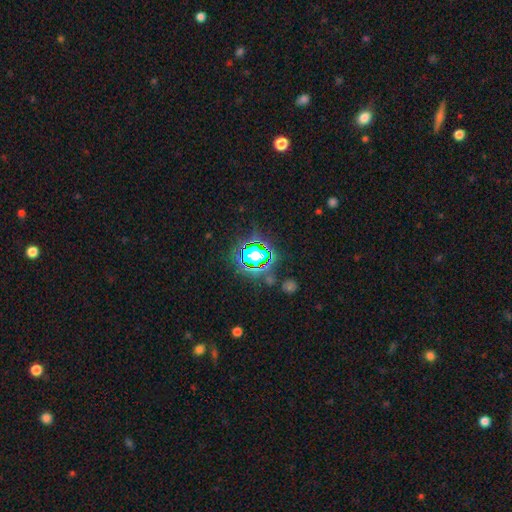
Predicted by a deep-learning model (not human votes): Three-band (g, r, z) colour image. It shows a star or artifact, not a galaxy (70%).